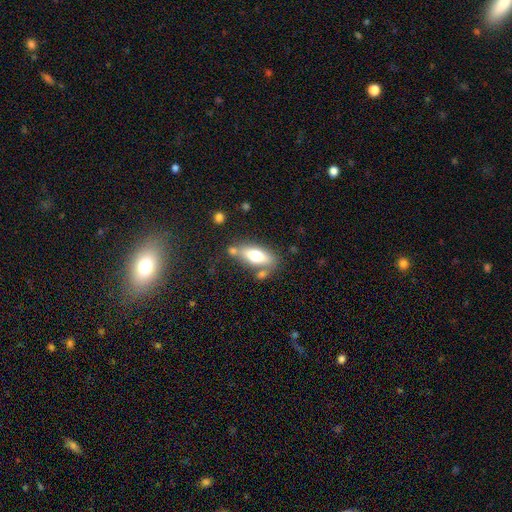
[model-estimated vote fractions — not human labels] smooth_or_featured: smooth (p=0.66) [alt: featured or disk p=0.27]
how_rounded: in between (p=0.77) [alt: cigar-shaped p=0.20]
merging: none (p=0.61) [alt: minor disturbance p=0.18]